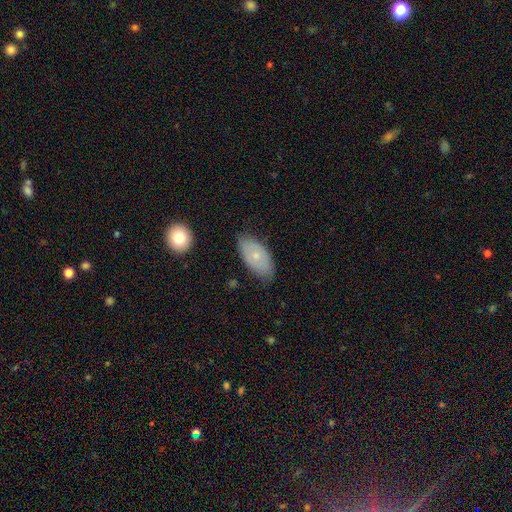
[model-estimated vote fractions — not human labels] Smooth or featured? Predicted: smooth (p=0.65). How rounded? Predicted: in between (p=0.93). Merging? Predicted: none (p=0.72).